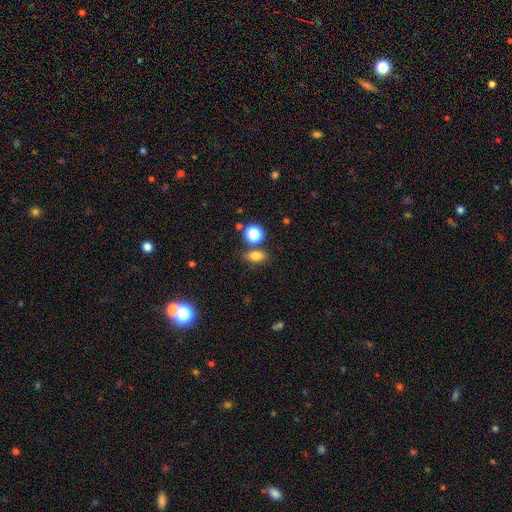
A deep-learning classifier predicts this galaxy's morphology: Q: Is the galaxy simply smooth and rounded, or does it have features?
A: smooth — 78%.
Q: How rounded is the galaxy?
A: in between — 73%.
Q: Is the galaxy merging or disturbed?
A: none — 75%.